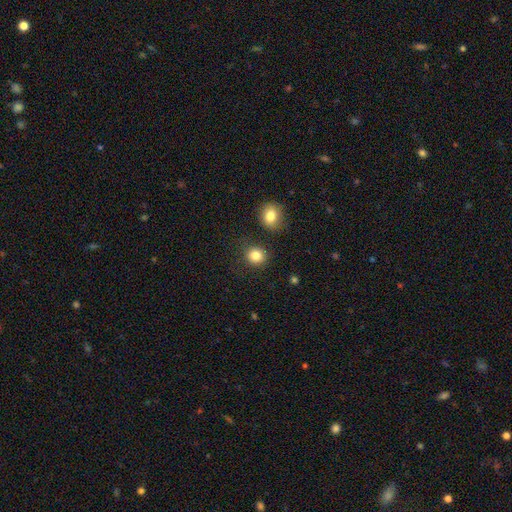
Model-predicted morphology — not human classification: type=smooth (84%); roundness=round (88%); merging=none (86%).